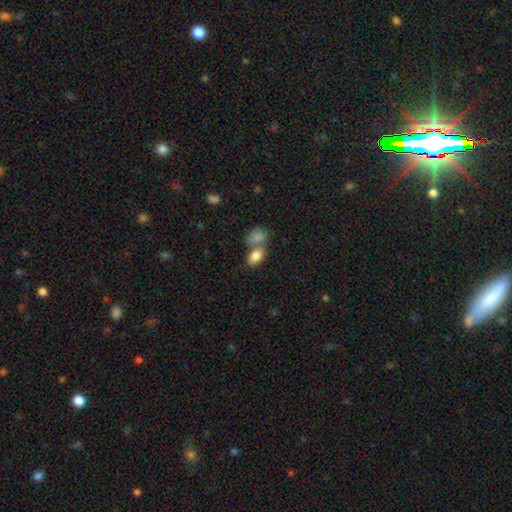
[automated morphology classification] Smooth or featured? Predicted: smooth (p=0.84). How rounded? Predicted: in between (p=0.89). Merging? Predicted: merger (p=0.48).